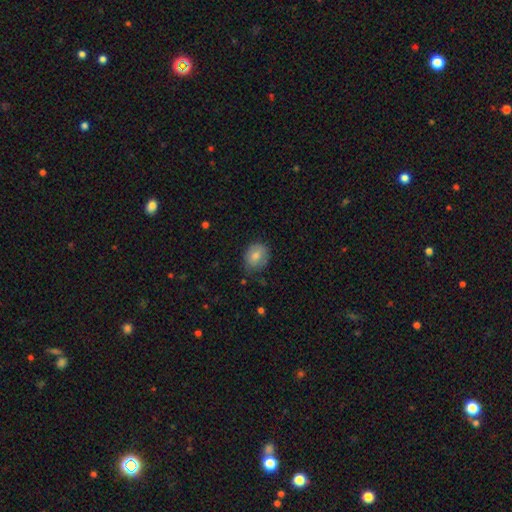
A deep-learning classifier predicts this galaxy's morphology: Smooth or featured?
  - smooth: 80% *
  - featured or disk: 13%
  - star or artifact: 8%
How rounded?
  - round: 53% *
  - in between: 46%
  - cigar-shaped: 1%
Merging?
  - none: 70% *
  - minor disturbance: 23%
  - major disturbance: 5%
  - merger: 2%